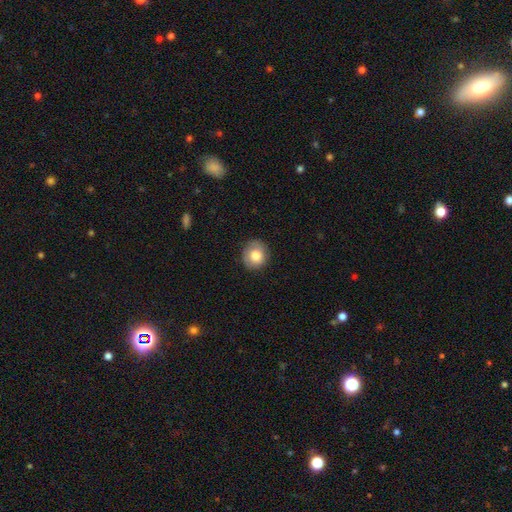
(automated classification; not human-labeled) Smooth or featured?
  - smooth: 78% *
  - featured or disk: 14%
  - star or artifact: 8%
How rounded?
  - round: 84% *
  - in between: 15%
  - cigar-shaped: 1%
Merging?
  - none: 82% *
  - minor disturbance: 14%
  - major disturbance: 3%
  - merger: 1%